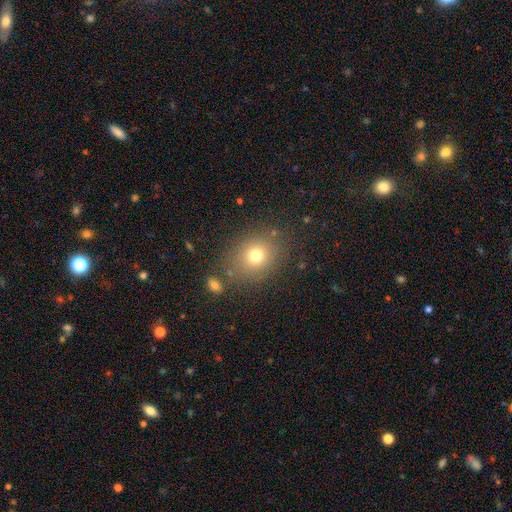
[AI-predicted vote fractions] Smooth or featured? Predicted: smooth (p=0.73). How rounded? Predicted: round (p=0.65). Merging? Predicted: none (p=0.81).